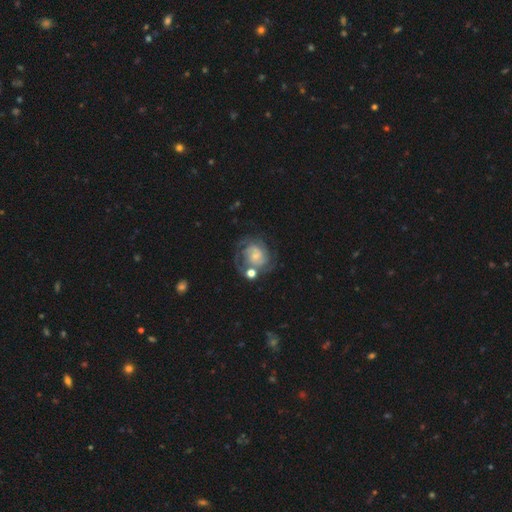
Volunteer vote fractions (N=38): Q: Smooth or featured?
A: featured or disk (76%); runner-up: smooth (18%)
Q: Edge-on disk?
A: no (97%); runner-up: yes (3%)
Q: Bar?
A: weak (54%); runner-up: no (36%)
Q: Spiral arms?
A: yes (86%); runner-up: no (14%)
Q: Spiral winding?
A: medium (42%); runner-up: tight (33%)
Q: Spiral arm count?
A: can't tell (54%); runner-up: 2 (25%)
Q: Bulge size?
A: small (68%); runner-up: moderate (21%)
Q: Merging?
A: none (44%); runner-up: major disturbance (28%)